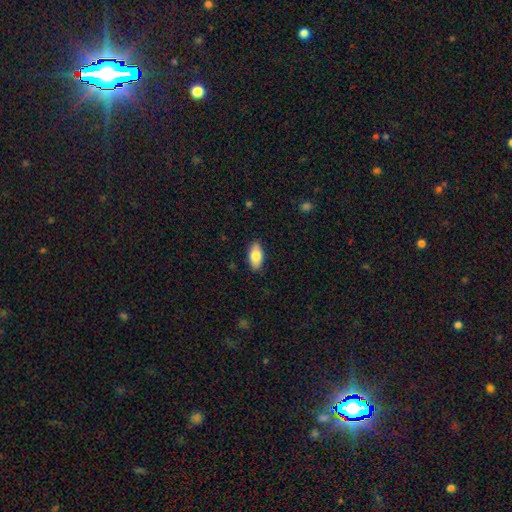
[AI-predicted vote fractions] Smooth or featured: smooth — 79% (featured or disk — 14%)
How rounded: in between — 92% (cigar-shaped — 5%)
Merging: none — 88% (minor disturbance — 9%)